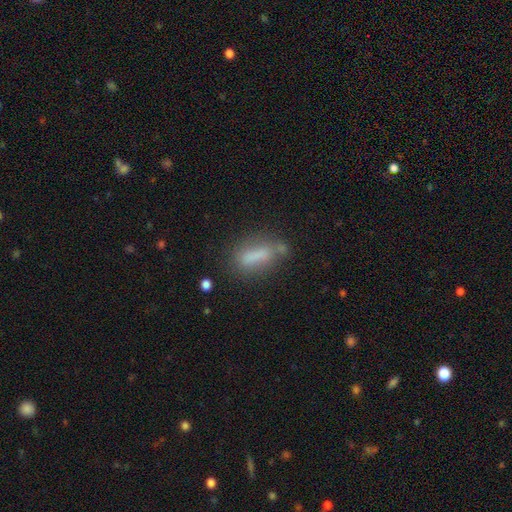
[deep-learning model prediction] This appears to be a smooth galaxy with no disk features (69%) that is cigar-shaped (50%). Merging: none (56%).